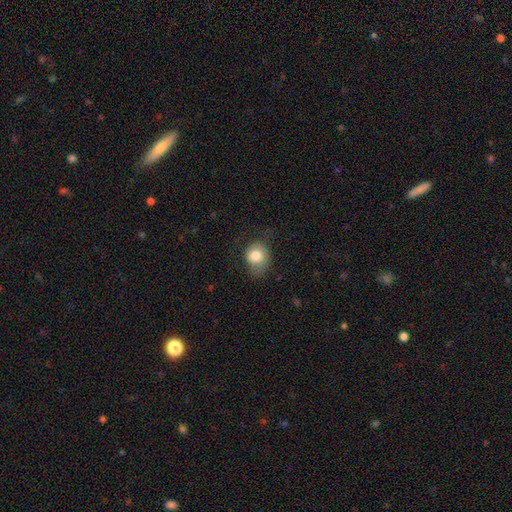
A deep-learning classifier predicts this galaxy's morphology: smooth-or-featured: smooth: 80% | featured or disk: 11% | star or artifact: 8%
  how-rounded: round: 64% | in between: 35% | cigar-shaped: 1%
  merging: none: 53% | minor disturbance: 30% | major disturbance: 15% | merger: 1%